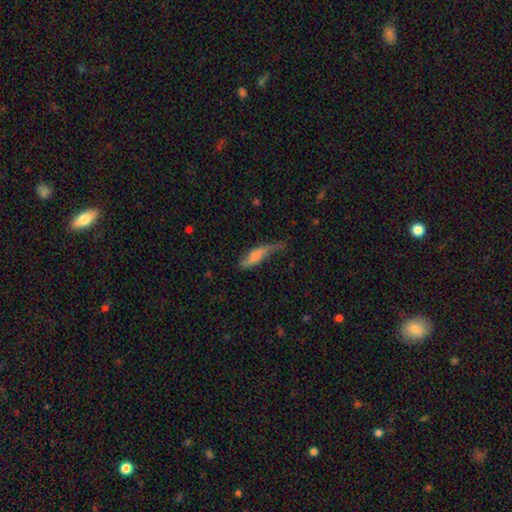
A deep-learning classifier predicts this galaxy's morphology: This appears to be a smooth galaxy with no disk features (52%) that is cigar-shaped (56%). Merging: minor disturbance (36%).